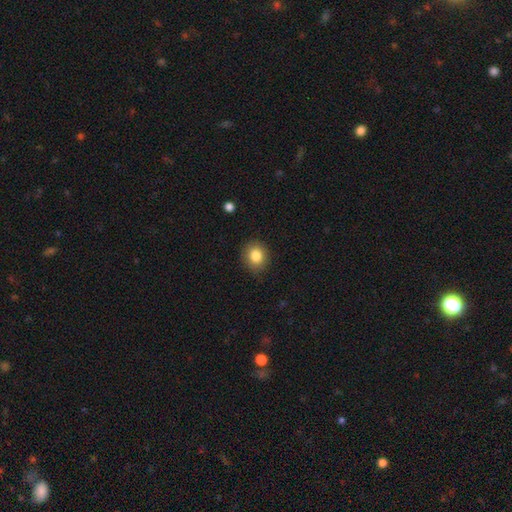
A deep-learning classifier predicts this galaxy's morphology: smooth 83%, star or artifact 10%, featured or disk 7%. Down the decision tree: how rounded — round (75%); merging — none (86%).